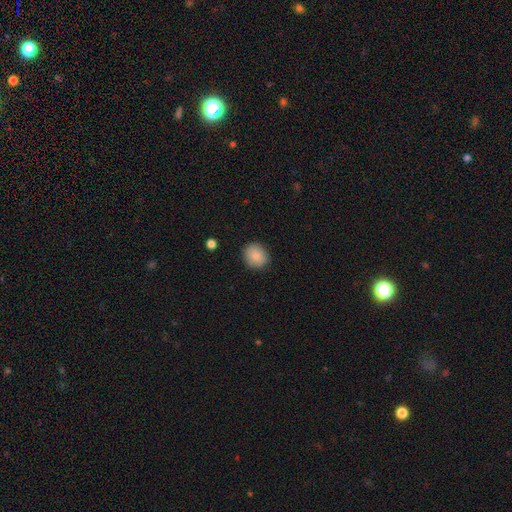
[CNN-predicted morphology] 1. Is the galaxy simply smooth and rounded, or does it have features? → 85% smooth, 9% star or artifact, 7% featured or disk.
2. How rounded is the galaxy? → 79% round, 20% in between, 1% cigar-shaped.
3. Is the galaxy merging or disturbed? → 87% none, 10% minor disturbance, 2% major disturbance, 1% merger.